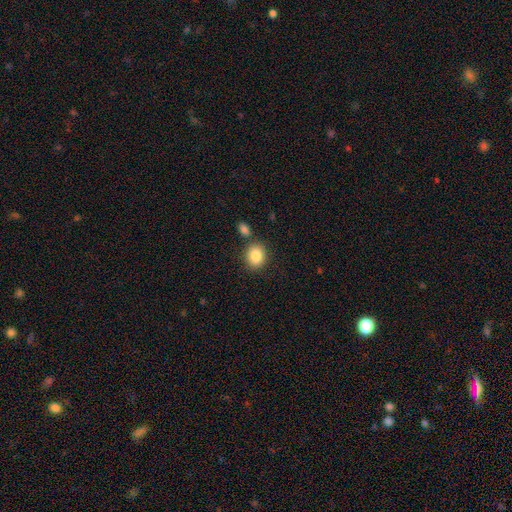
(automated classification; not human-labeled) The model was most divided on "how rounded": round: 57%, in between: 42%, cigar-shaped: 1%. More confident: smooth or featured — smooth (86%); merging — none (76%).